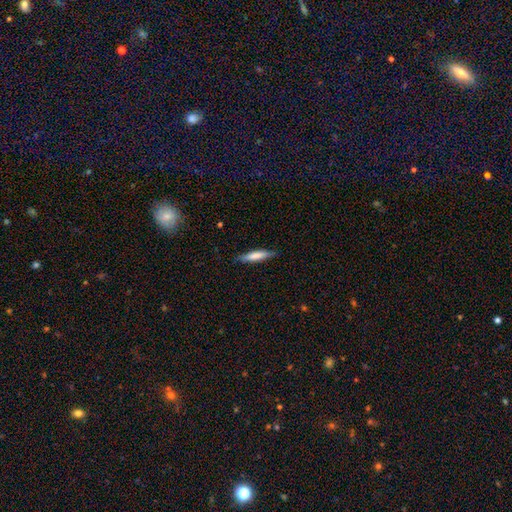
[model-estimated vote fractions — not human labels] Morphology: type=smooth (71%); roundness=cigar-shaped (85%); merging=none (85%).